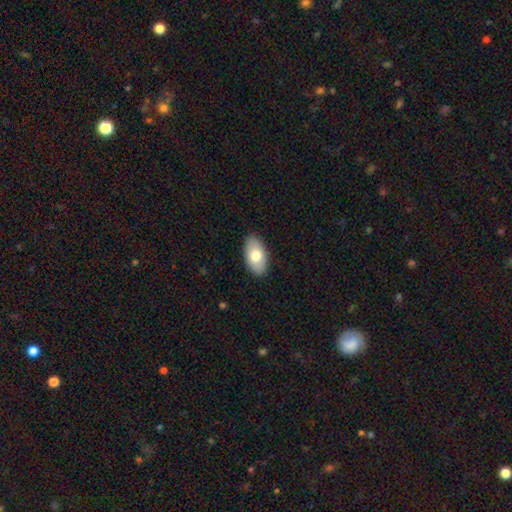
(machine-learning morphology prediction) This is likely a smooth galaxy (75%). How rounded: clearly in between (94%). Merging: clearly none (88%).